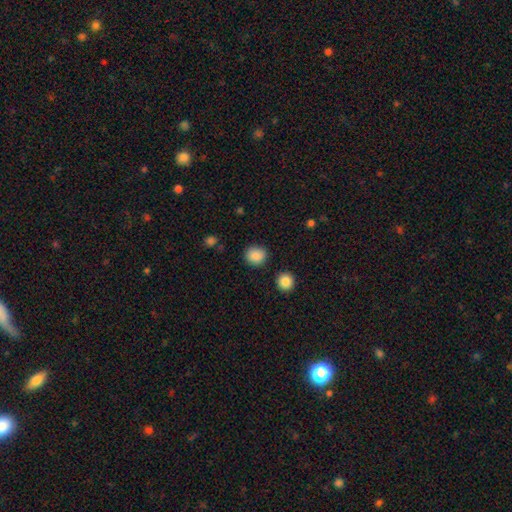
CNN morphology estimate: Overall: smooth (88%). How rounded: round (82%). Merging: none (86%).